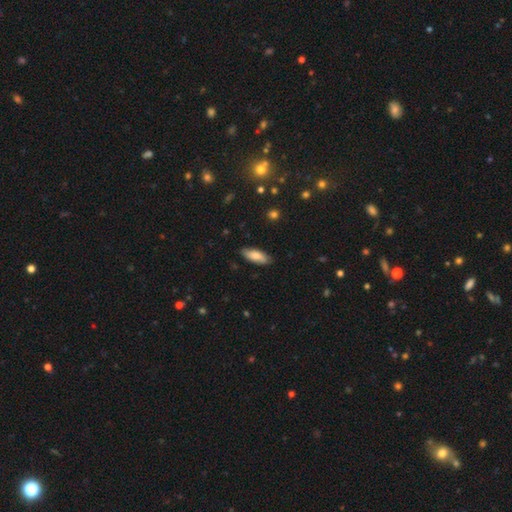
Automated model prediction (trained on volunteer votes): smooth-or-featured: smooth: 78% | featured or disk: 16% | star or artifact: 6%
  how-rounded: in between: 71% | cigar-shaped: 27% | round: 2%
  merging: none: 85% | minor disturbance: 12% | major disturbance: 2% | merger: 1%